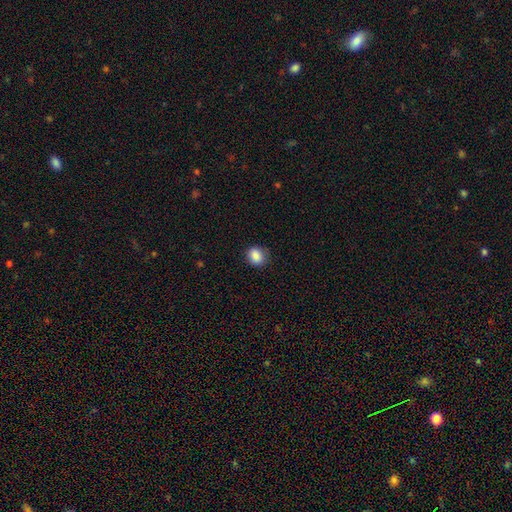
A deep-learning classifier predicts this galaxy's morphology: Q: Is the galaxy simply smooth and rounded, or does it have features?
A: smooth — 87%.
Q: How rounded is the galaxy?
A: round — 62%.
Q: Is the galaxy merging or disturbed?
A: none — 83%.